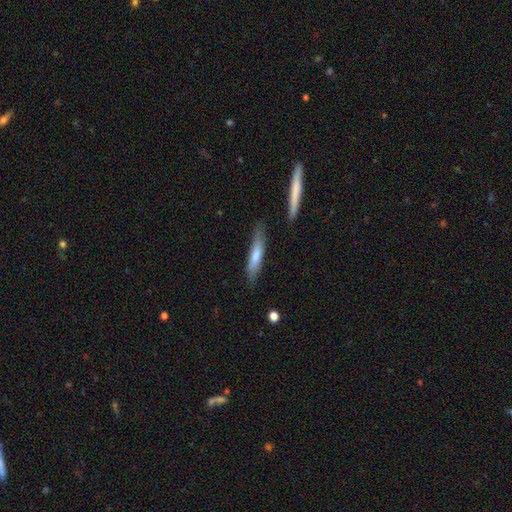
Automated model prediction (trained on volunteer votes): Smooth or featured?
  - smooth: 72% *
  - featured or disk: 23%
  - star or artifact: 6%
How rounded?
  - cigar-shaped: 86% *
  - in between: 13%
  - round: 1%
Merging?
  - none: 76% *
  - minor disturbance: 17%
  - major disturbance: 4%
  - merger: 3%